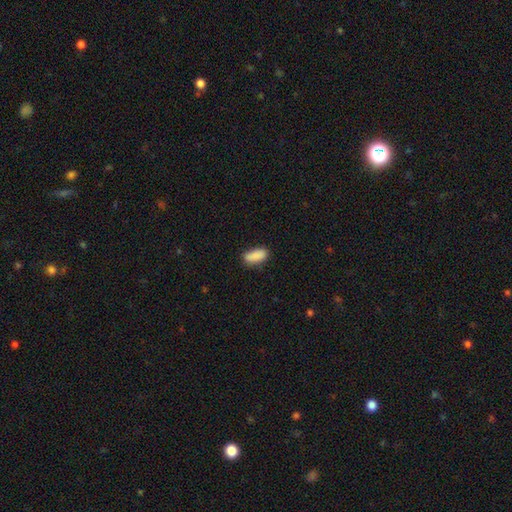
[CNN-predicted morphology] Smooth or featured: smooth — 88% (star or artifact — 7%)
How rounded: in between — 82% (cigar-shaped — 16%)
Merging: none — 78% (minor disturbance — 17%)